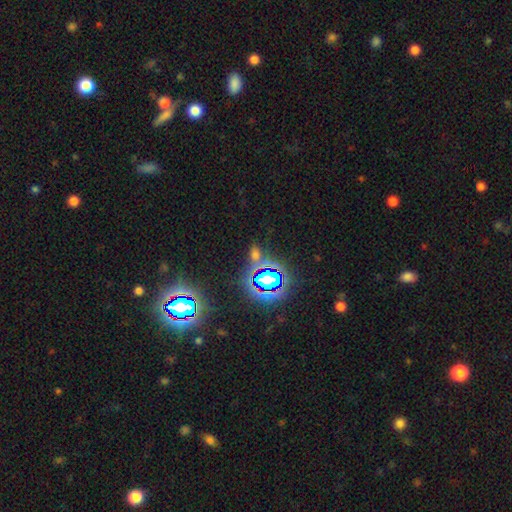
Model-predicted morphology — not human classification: This is possibly a star or artifact rather than a galaxy (55%).